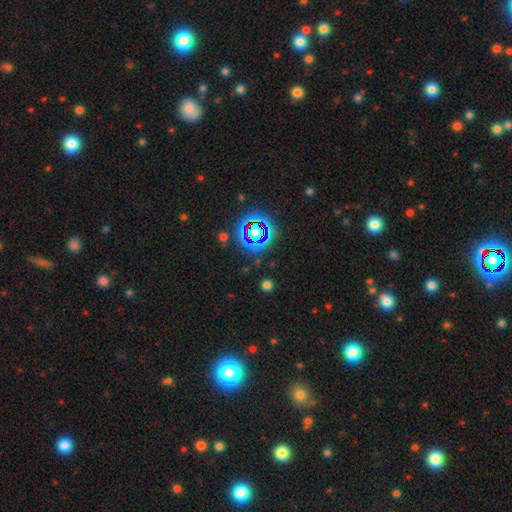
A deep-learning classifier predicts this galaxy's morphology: A star or artifact, not a galaxy (75%).

Vote fractions:
- Smooth or featured? star or artifact: 75% / smooth: 15% / featured or disk: 10%